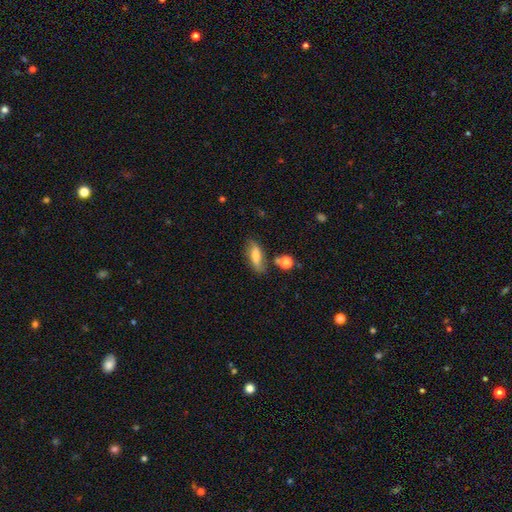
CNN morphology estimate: smooth-or-featured: smooth: 68% | featured or disk: 23% | star or artifact: 9%
  how-rounded: in between: 64% | cigar-shaped: 31% | round: 4%
  merging: none: 67% | minor disturbance: 21% | merger: 7% | major disturbance: 6%